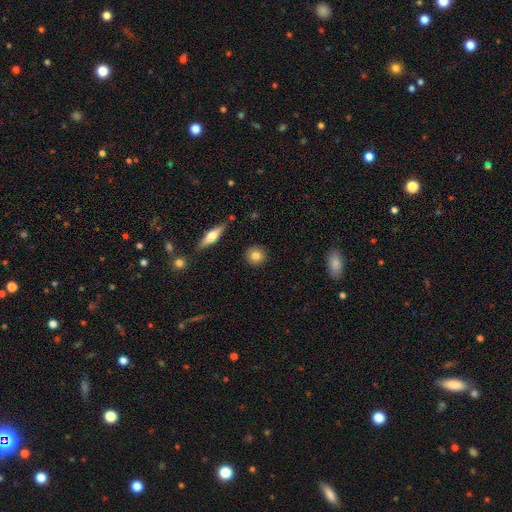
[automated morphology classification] Overall: smooth (80%). How rounded: round (91%). Merging: none (91%).